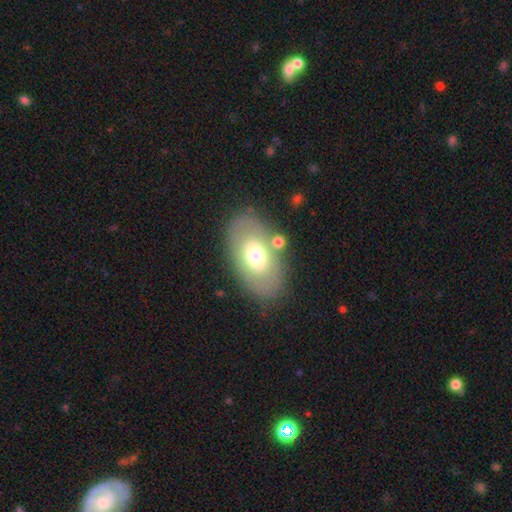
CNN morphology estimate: A smooth galaxy with no disk features (58%) that is in between round and cigar-shaped (91%). Merging: none (75%).